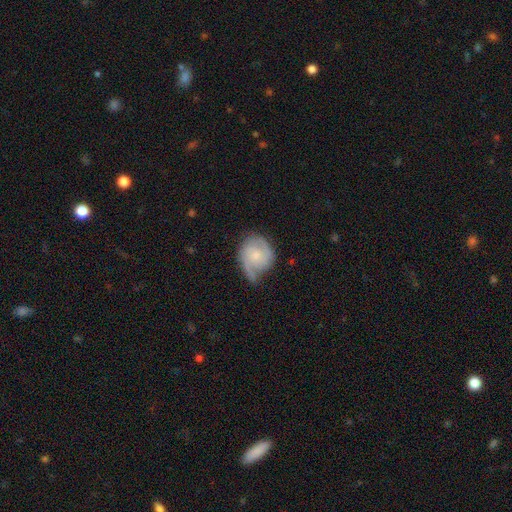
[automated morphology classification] A featured or disk galaxy (63%) with no bar (72%), 2 (50%) medium (39%) spiral arms (89%) and a small central bulge (56%).

Vote fractions:
- Smooth or featured? featured or disk: 63% / smooth: 31% / star or artifact: 6%
- Edge-on disk? no: 97% / yes: 3%
- Bar? no: 72% / weak: 24% / strong: 3%
- Spiral arms? yes: 89% / no: 11%
- Spiral winding? medium: 39% / tight: 38% / loose: 22%
- Spiral arm count? 2: 50% / 1: 24% / can't tell: 16% / 3: 6% / 4: 2% / more than 4: 2%
- Bulge size? small: 56% / moderate: 34% / none: 7% / large: 3% / dominant: 1%
- Merging? none: 44% / minor disturbance: 35% / major disturbance: 18% / merger: 3%